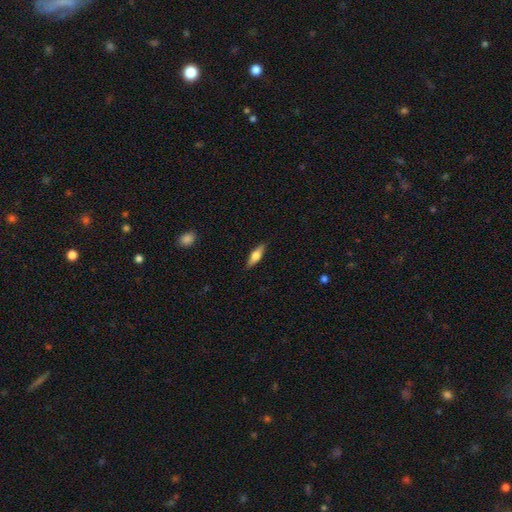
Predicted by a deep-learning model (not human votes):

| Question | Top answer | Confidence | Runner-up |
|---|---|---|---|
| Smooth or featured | smooth | 54% | featured or disk (40%) |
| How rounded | in between | 49% | cigar-shaped (48%) |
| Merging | none | 88% | minor disturbance (9%) |